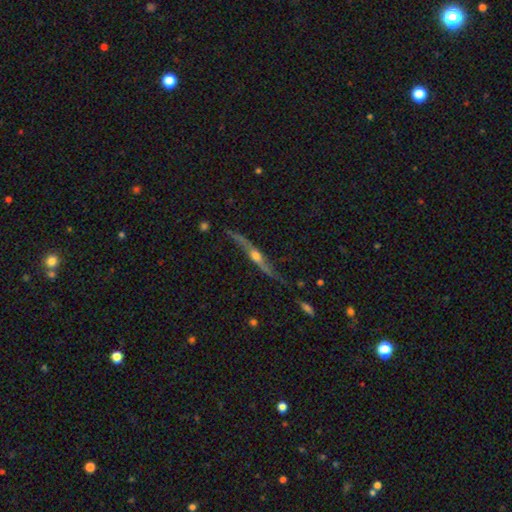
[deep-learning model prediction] This is likely a featured or disk galaxy (77%). It is clearly viewed edge-on (85%). Edge-on bulge: clearly rounded (86%). Merging: likely none (67%).